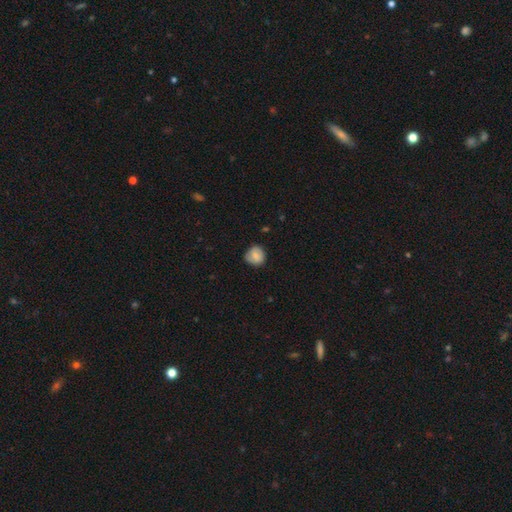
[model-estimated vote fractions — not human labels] The model was most divided on "merging": none: 74%, minor disturbance: 21%, major disturbance: 4%, merger: 1%. More confident: how rounded — round (85%); smooth or featured — smooth (75%).